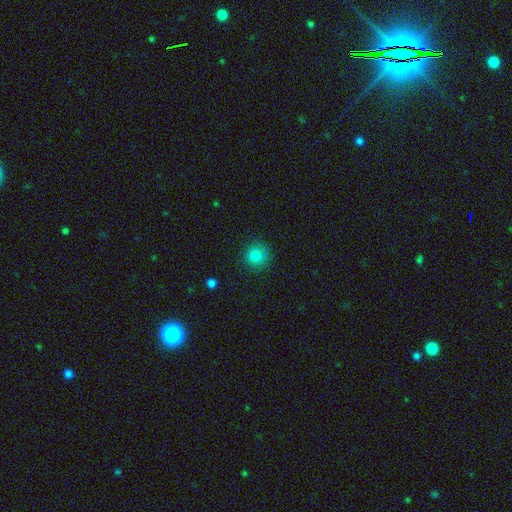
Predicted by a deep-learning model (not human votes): Smooth or featured? smooth (83%)
How rounded? round (93%)
Merging? none (89%)